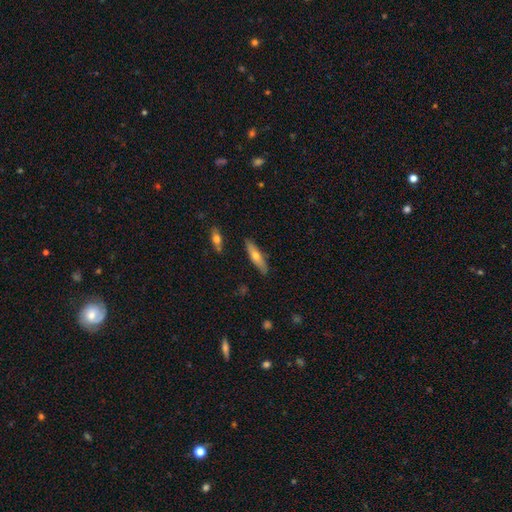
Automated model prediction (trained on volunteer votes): smooth 56%, featured or disk 38%, star or artifact 6%. Down the decision tree: how rounded — cigar-shaped (71%); merging — none (85%).